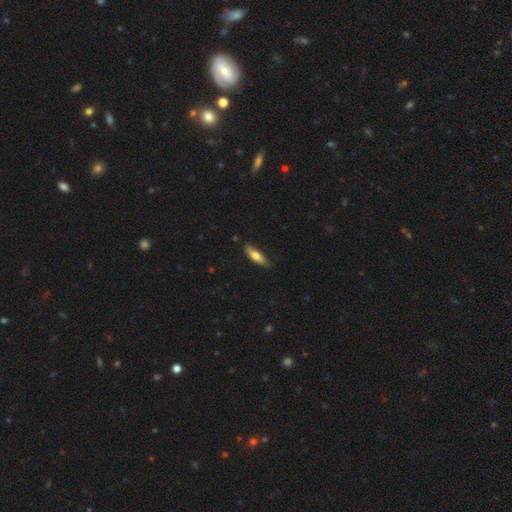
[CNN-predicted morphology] Smooth or featured? Predicted: smooth (p=0.66). How rounded? Predicted: cigar-shaped (p=0.62). Merging? Predicted: none (p=0.82).